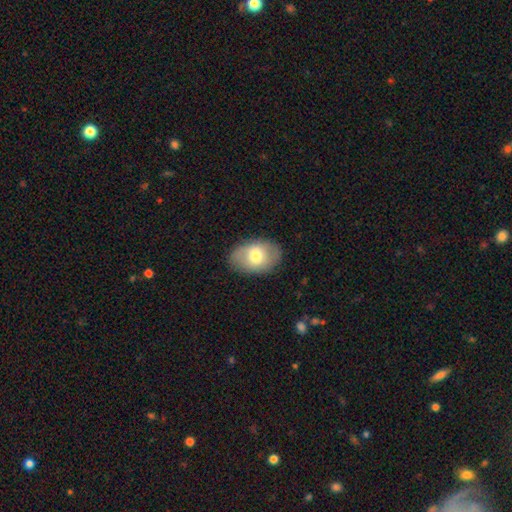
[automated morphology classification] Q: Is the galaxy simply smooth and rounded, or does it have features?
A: smooth — 68%.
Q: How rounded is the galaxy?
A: in between — 85%.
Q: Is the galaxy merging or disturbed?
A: none — 83%.